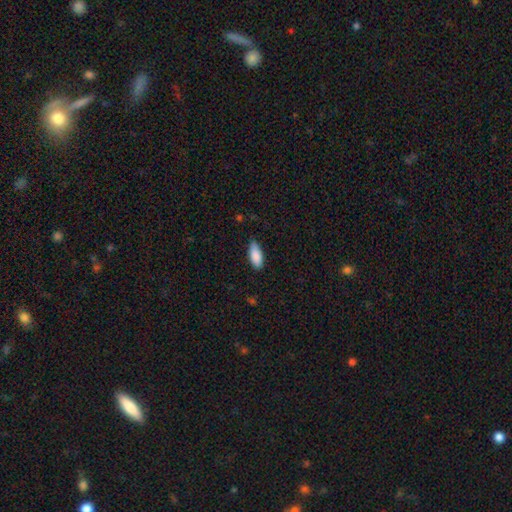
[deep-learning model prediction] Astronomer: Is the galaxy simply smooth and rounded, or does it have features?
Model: smooth — 89%.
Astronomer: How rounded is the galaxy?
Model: in between — 83%.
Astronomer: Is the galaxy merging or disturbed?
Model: none — 77%.